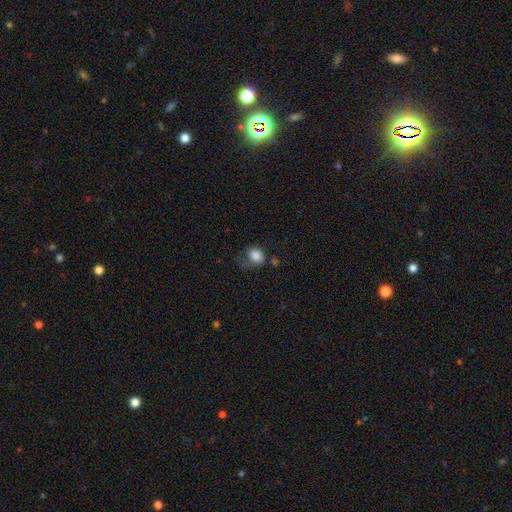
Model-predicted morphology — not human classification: smooth 83%, star or artifact 9%, featured or disk 7%. Down the decision tree: how rounded — in between (53%); merging — none (45%).